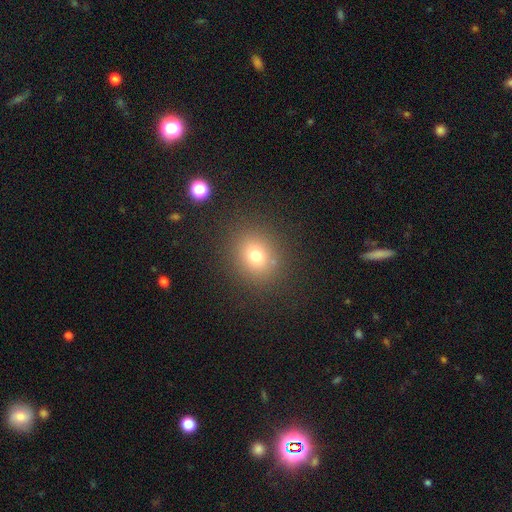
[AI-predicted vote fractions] smooth-or-featured: smooth: 73% | star or artifact: 17% | featured or disk: 10%
  how-rounded: round: 75% | in between: 24% | cigar-shaped: 1%
  merging: none: 86% | minor disturbance: 8% | major disturbance: 4% | merger: 2%